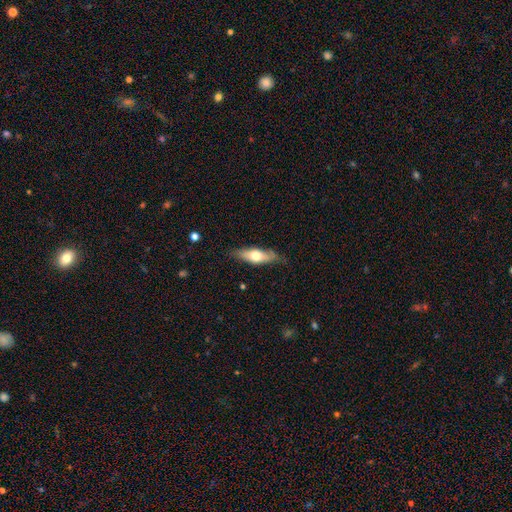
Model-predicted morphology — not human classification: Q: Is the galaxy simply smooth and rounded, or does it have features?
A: smooth — 55%.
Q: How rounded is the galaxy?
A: in between — 53%.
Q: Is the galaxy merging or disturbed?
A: none — 75%.